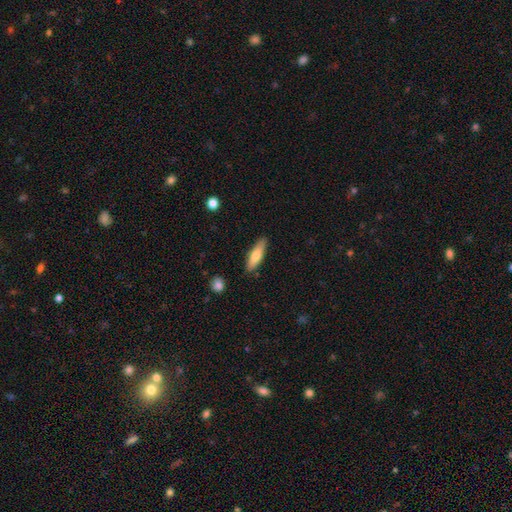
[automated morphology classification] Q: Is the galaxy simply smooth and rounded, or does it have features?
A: smooth — 68%.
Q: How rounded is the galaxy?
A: cigar-shaped — 65%.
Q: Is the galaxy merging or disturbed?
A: none — 86%.